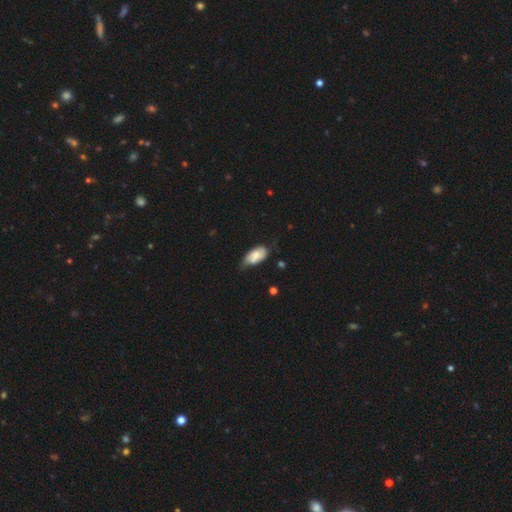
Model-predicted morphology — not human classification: A smooth galaxy with no disk features (67%) that is in between round and cigar-shaped (92%). Merging: none (44%).